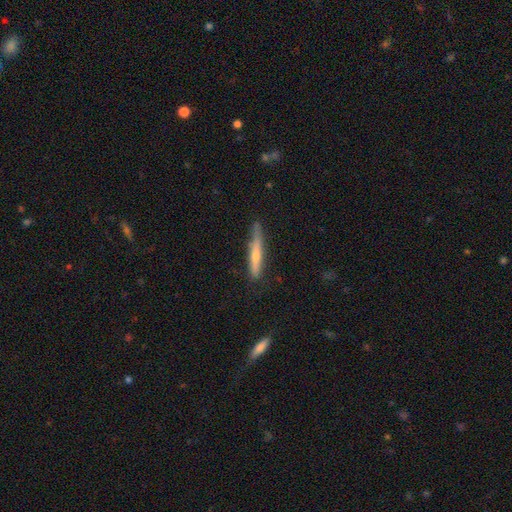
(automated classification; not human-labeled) smooth-or-featured: smooth: 49% | featured or disk: 45% | star or artifact: 6%
  merging: none: 73% | minor disturbance: 22% | major disturbance: 4% | merger: 2%